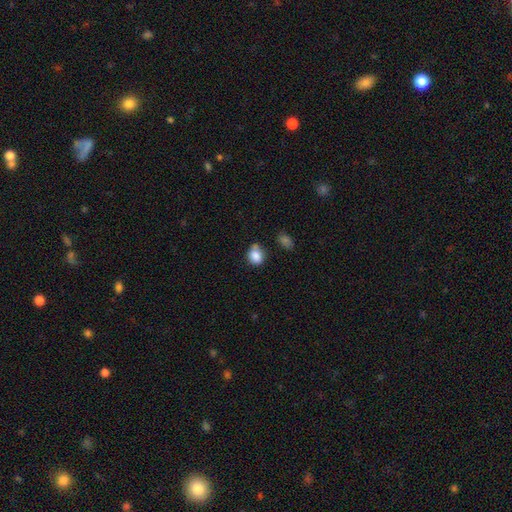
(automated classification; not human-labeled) Smooth or featured? Predicted: smooth (p=0.85). How rounded? Predicted: round (p=0.56). Merging? Predicted: none (p=0.52).